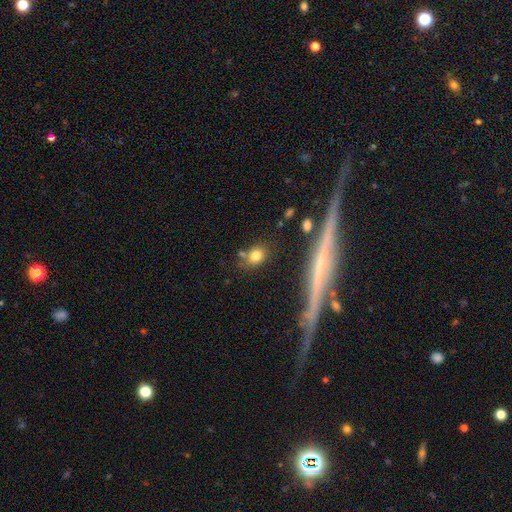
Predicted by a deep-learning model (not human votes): A smooth galaxy with no disk features (77%) that is round (57%).

Vote fractions:
- Smooth or featured? smooth: 77% / star or artifact: 12% / featured or disk: 11%
- How rounded? round: 57% / in between: 39% / cigar-shaped: 4%
- Merging? none: 71% / minor disturbance: 13% / merger: 12% / major disturbance: 4%